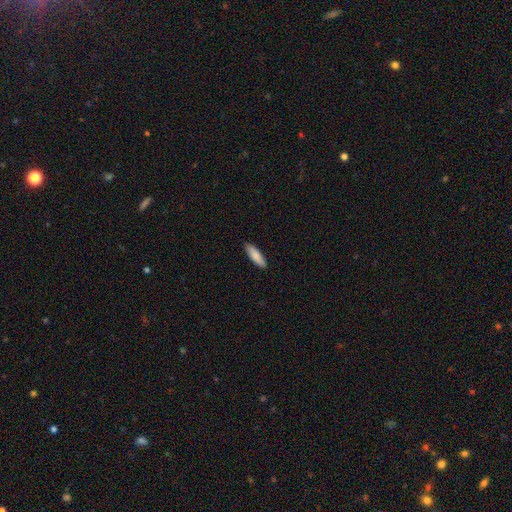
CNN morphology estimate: type=smooth (85%); roundness=cigar-shaped (59%); merging=none (89%).